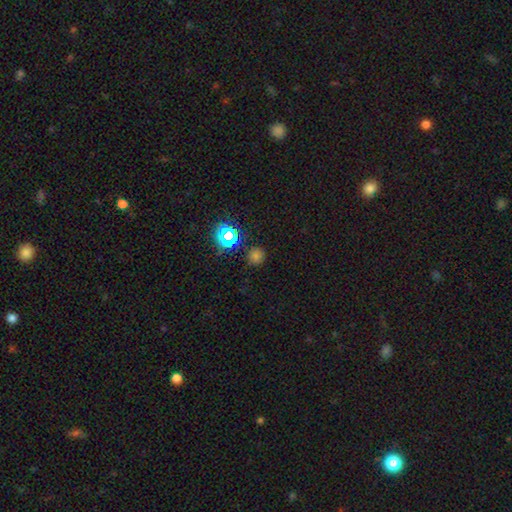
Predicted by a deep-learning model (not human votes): A smooth galaxy with no disk features (67%) that is round (92%).

Vote fractions:
- Smooth or featured? smooth: 67% / star or artifact: 28% / featured or disk: 6%
- How rounded? round: 92% / in between: 7% / cigar-shaped: 1%
- Merging? none: 87% / minor disturbance: 8% / merger: 3% / major disturbance: 3%